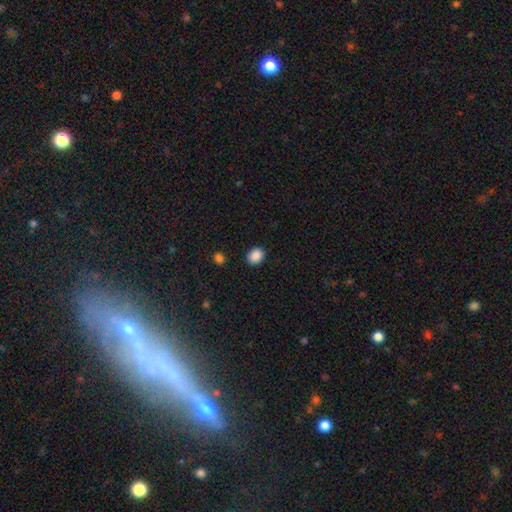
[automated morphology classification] A smooth galaxy with no disk features (88%) that is in between round and cigar-shaped (52%).

Vote fractions:
- Smooth or featured? smooth: 88% / star or artifact: 9% / featured or disk: 3%
- How rounded? in between: 52% / round: 47% / cigar-shaped: 1%
- Merging? none: 87% / minor disturbance: 9% / major disturbance: 2% / merger: 2%